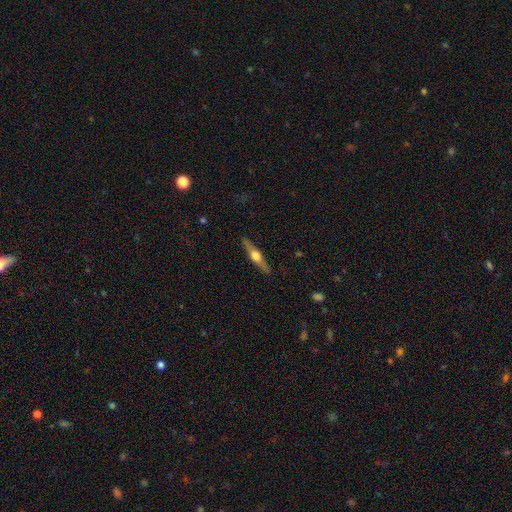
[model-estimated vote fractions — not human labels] This appears to be a featured or disk galaxy (64%) viewed edge-on (96%) with a rounded central bulge (93%). Merging: none (89%).